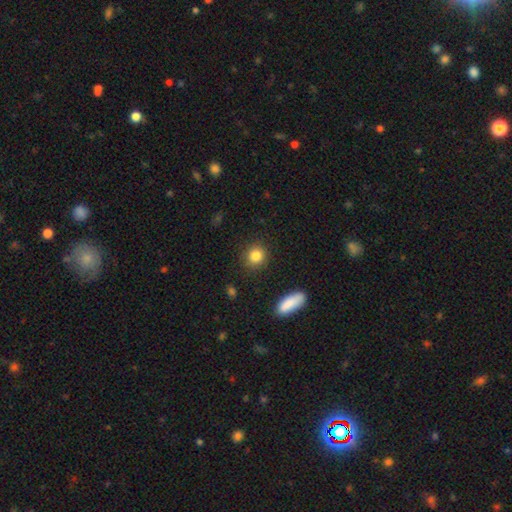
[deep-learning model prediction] This is clearly a smooth galaxy (85%). How rounded: clearly round (84%). Merging: clearly none (89%).